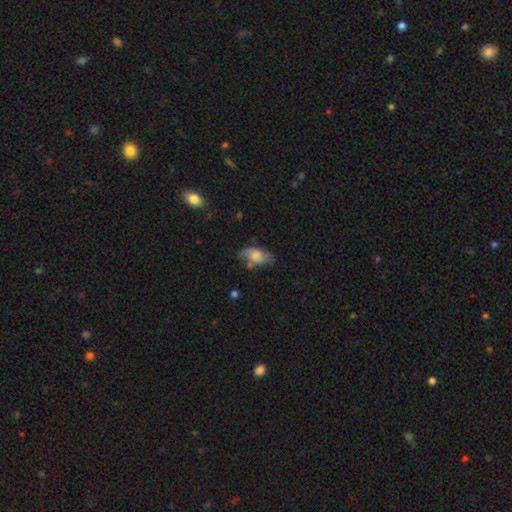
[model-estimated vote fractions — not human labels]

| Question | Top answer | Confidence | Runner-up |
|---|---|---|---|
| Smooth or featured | smooth | 73% | featured or disk (18%) |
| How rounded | in between | 90% | cigar-shaped (5%) |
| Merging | none | 53% | minor disturbance (30%) |